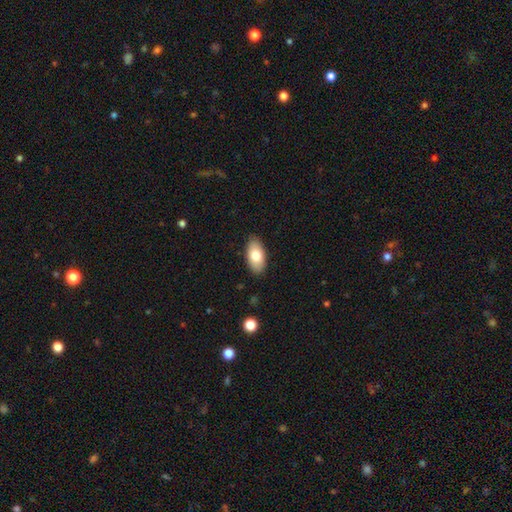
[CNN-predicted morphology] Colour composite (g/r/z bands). It shows a smooth galaxy with no disk features (78%) that is in between round and cigar-shaped (94%). Merging: none (88%).